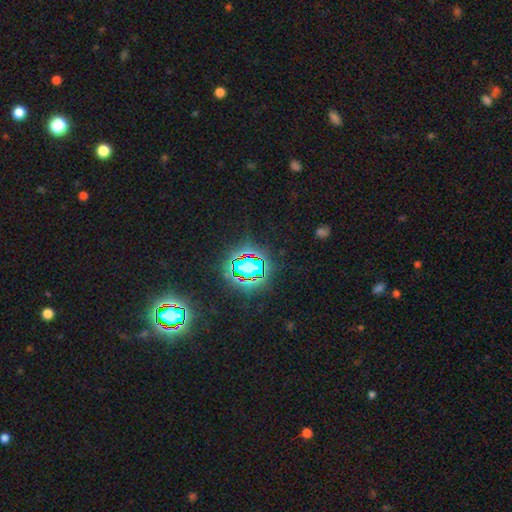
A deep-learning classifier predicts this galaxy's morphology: Smooth or featured?
  - star or artifact: 80% *
  - smooth: 12%
  - featured or disk: 8%